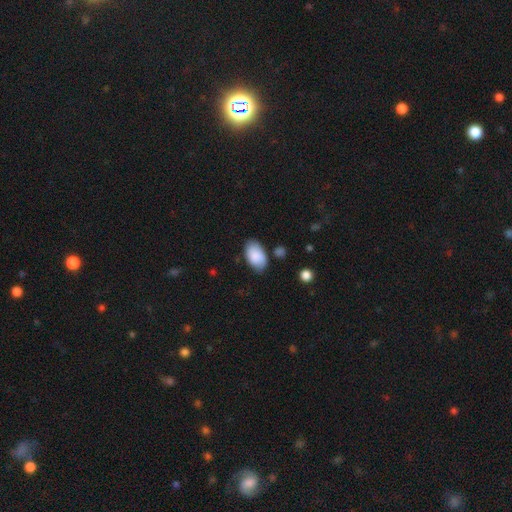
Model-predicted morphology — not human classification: smooth-or-featured: smooth: 86% | featured or disk: 7% | star or artifact: 6%
  how-rounded: in between: 94% | round: 4% | cigar-shaped: 1%
  merging: none: 78% | minor disturbance: 16% | major disturbance: 3% | merger: 3%